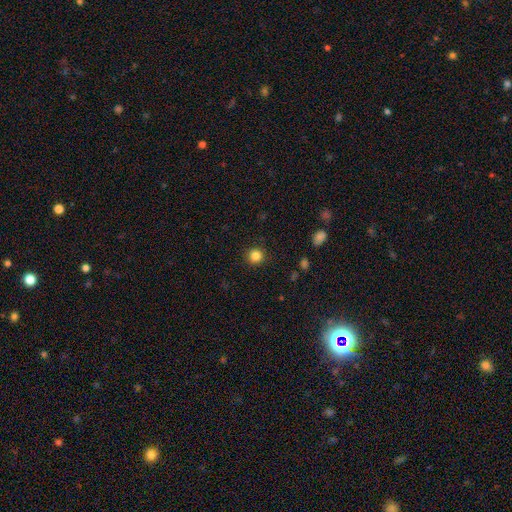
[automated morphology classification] Smooth or featured? Predicted: smooth (p=0.84). How rounded? Predicted: round (p=0.93). Merging? Predicted: none (p=0.91).